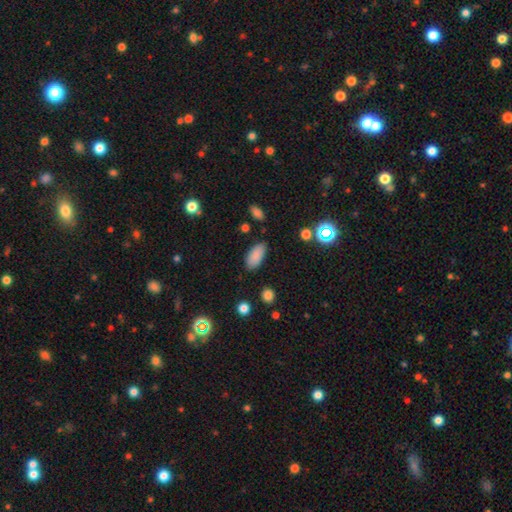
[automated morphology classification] Smooth or featured? smooth (86%)
How rounded? in between (90%)
Merging? none (84%)